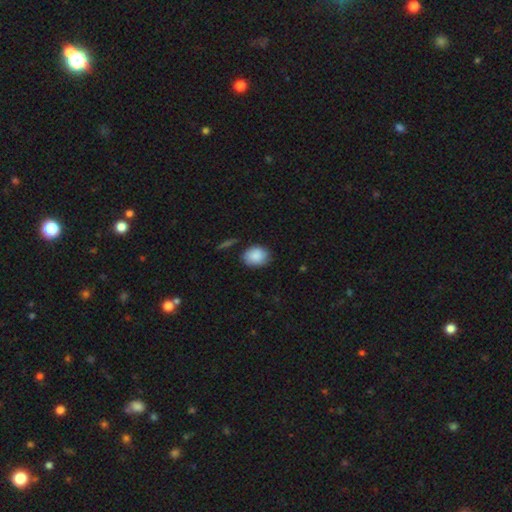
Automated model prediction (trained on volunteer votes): Smooth or featured: smooth — 88% (star or artifact — 7%)
How rounded: in between — 55% (round — 44%)
Merging: none — 79% (minor disturbance — 15%)